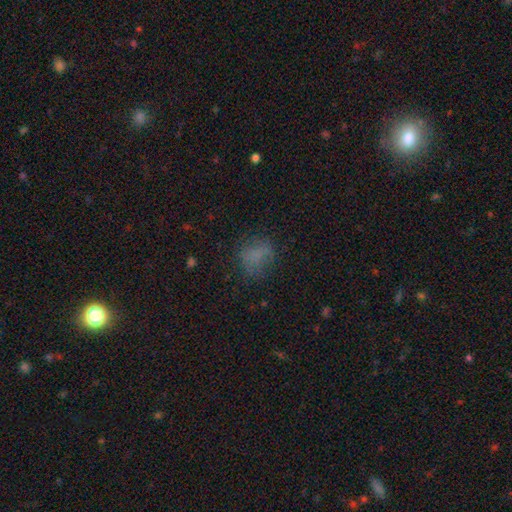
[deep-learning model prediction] Smooth or featured? Predicted: smooth (p=0.68). How rounded? Predicted: round (p=0.52). Merging? Predicted: none (p=0.64).